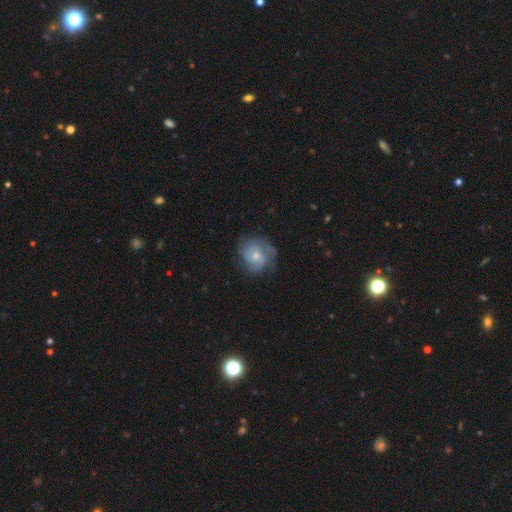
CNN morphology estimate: type=featured or disk (52%); edge-on=no (98%); bar=no (78%); spiral arms=yes (78%); bulge=moderate (49%); merging=none (62%).